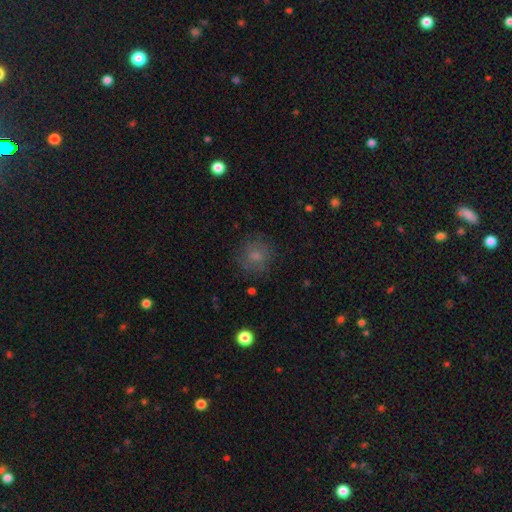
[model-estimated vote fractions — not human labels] This is likely a smooth galaxy (75%). How rounded: clearly round (85%). Merging: likely none (77%).